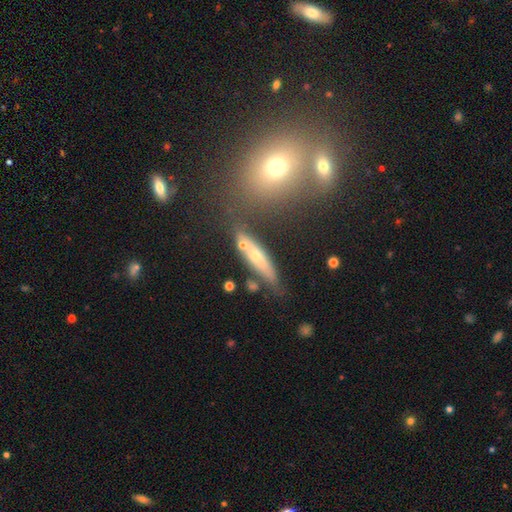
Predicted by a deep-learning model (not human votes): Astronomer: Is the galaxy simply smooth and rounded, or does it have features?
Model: smooth — 47% (runner-up: featured or disk, 43%).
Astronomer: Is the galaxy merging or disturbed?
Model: none — 65%.